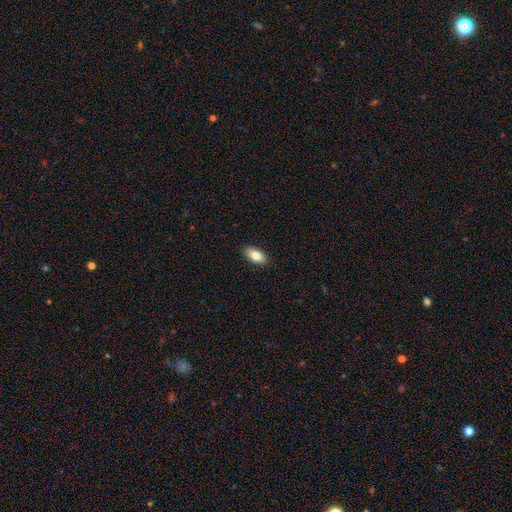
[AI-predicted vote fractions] The model was most divided on "smooth or featured": smooth: 83%, featured or disk: 11%, star or artifact: 7%. More confident: how rounded — in between (90%); merging — none (90%).